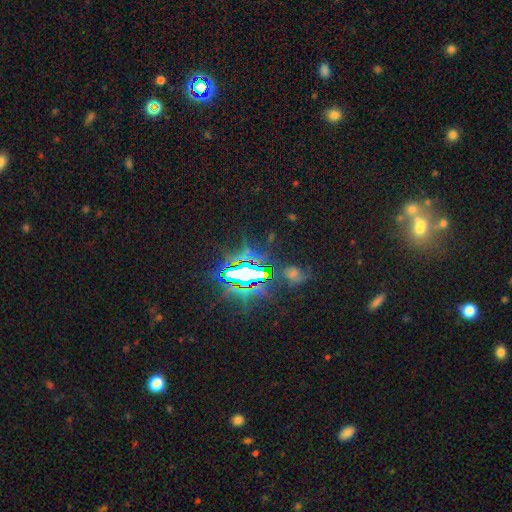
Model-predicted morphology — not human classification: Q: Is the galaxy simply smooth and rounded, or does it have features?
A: star or artifact — 83%.